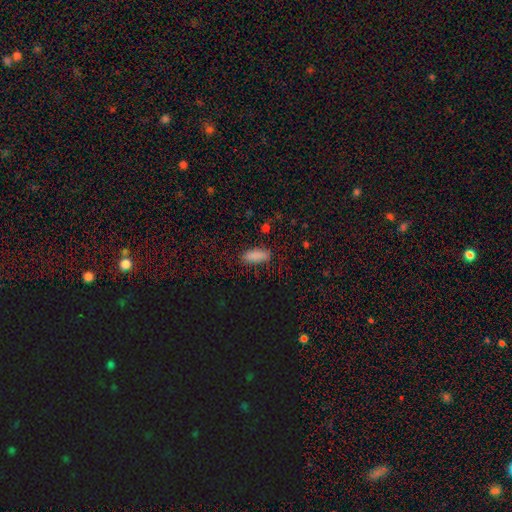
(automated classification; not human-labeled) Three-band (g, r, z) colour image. It shows a smooth galaxy with no disk features (86%) that is in between round and cigar-shaped (70%). Merging: none (79%).